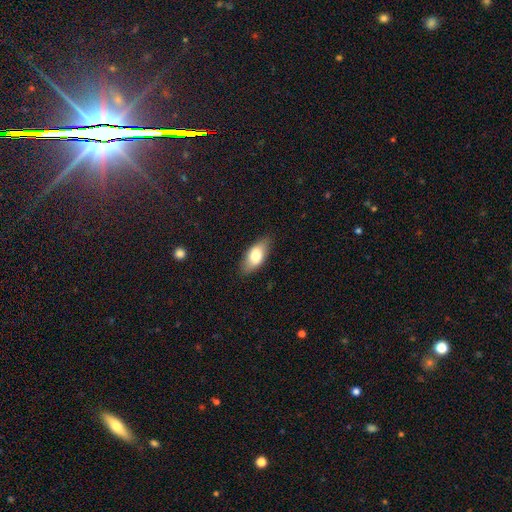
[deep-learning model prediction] The model was most divided on "smooth or featured": smooth: 76%, featured or disk: 18%, star or artifact: 6%. More confident: how rounded — in between (88%); merging — none (84%).